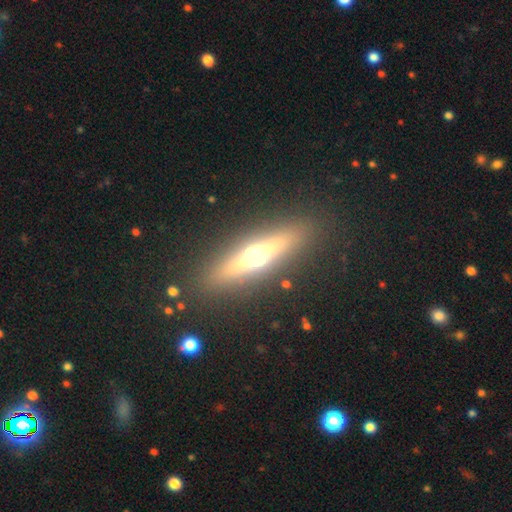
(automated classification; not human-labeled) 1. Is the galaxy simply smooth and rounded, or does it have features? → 54% featured or disk, 35% smooth, 11% star or artifact.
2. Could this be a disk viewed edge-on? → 89% yes, 11% no.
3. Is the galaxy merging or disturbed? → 88% none, 8% minor disturbance, 3% major disturbance, 1% merger.